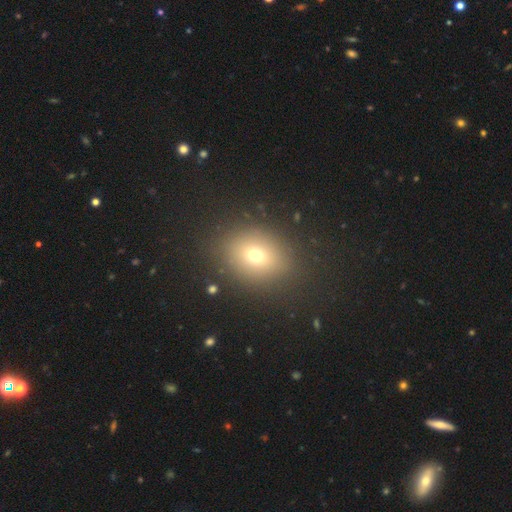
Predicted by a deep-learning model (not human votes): Smooth or featured? smooth (69%)
How rounded? round (53%)
Merging? none (86%)